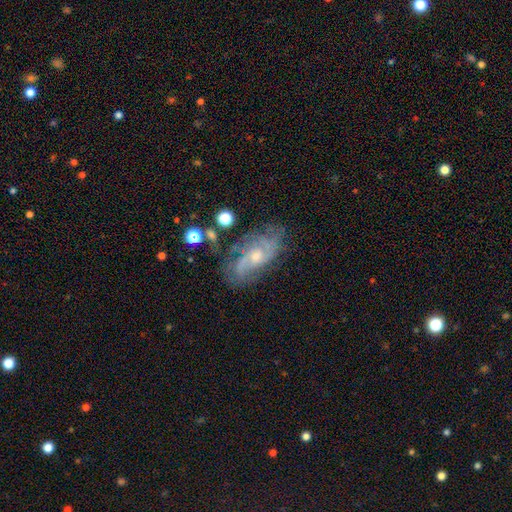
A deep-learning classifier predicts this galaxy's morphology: Q: Smooth or featured?
A: featured or disk (78%); runner-up: smooth (13%)
Q: Edge-on disk?
A: no (94%); runner-up: yes (6%)
Q: Bar?
A: no (64%); runner-up: weak (30%)
Q: Spiral arms?
A: yes (90%); runner-up: no (10%)
Q: Spiral winding?
A: medium (43%); runner-up: tight (39%)
Q: Spiral arm count?
A: 2 (35%); runner-up: can't tell (33%)
Q: Bulge size?
A: moderate (48%); runner-up: small (44%)
Q: Merging?
A: none (64%); runner-up: minor disturbance (21%)